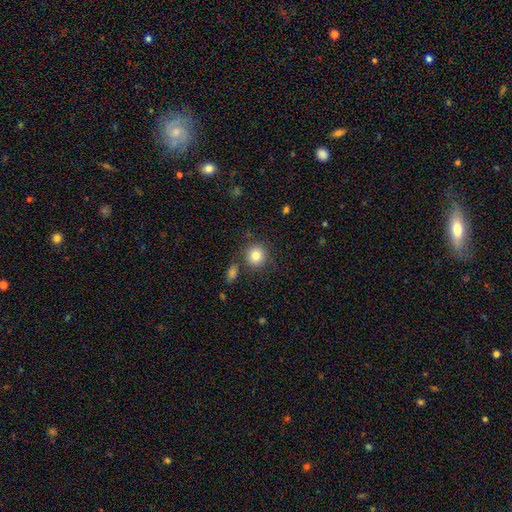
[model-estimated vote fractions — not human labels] A smooth galaxy with no disk features (84%) that is round (89%). Merging: none (80%).